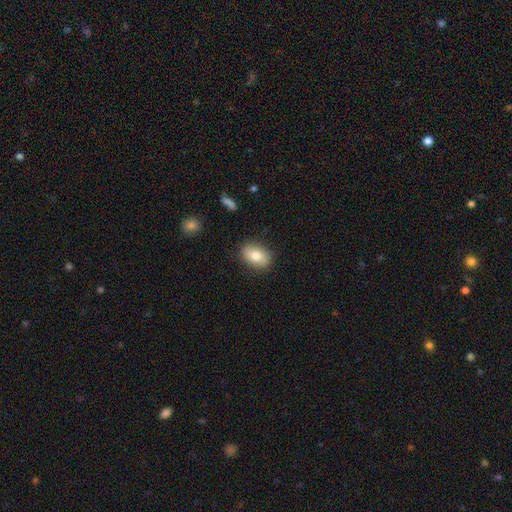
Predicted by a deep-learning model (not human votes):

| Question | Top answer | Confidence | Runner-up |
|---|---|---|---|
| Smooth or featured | smooth | 80% | featured or disk (13%) |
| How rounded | in between | 81% | round (17%) |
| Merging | none | 86% | minor disturbance (10%) |